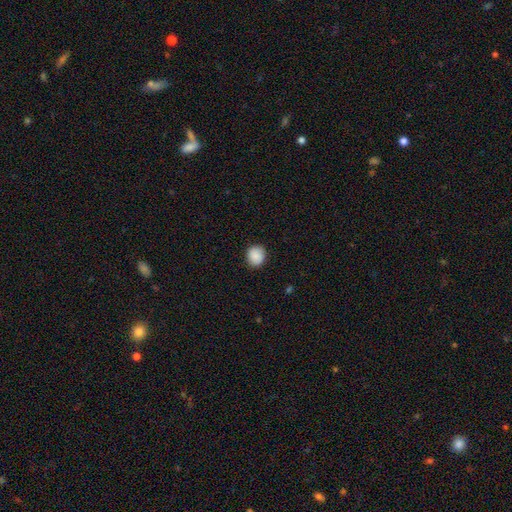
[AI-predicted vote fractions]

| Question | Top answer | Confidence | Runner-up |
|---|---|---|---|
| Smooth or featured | smooth | 88% | star or artifact (8%) |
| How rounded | round | 84% | in between (15%) |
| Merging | none | 87% | minor disturbance (10%) |